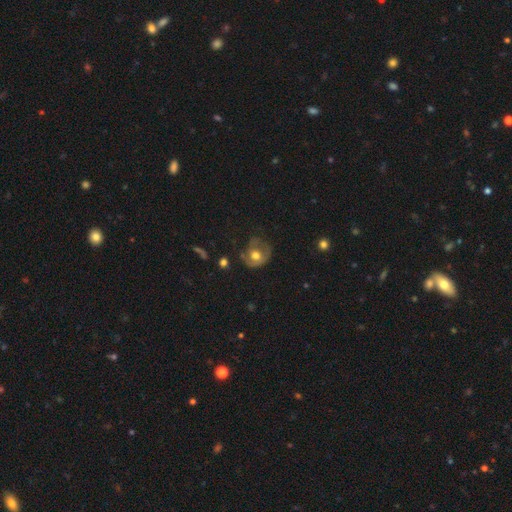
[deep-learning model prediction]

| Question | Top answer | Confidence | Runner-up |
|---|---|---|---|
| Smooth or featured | smooth | 52% | featured or disk (40%) |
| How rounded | round | 71% | in between (28%) |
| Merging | none | 47% | minor disturbance (29%) |